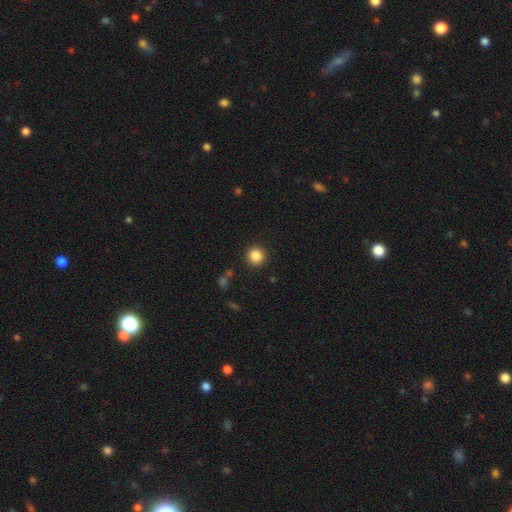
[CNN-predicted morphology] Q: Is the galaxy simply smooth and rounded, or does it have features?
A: smooth — 86%.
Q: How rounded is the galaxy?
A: round — 95%.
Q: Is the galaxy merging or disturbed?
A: none — 91%.